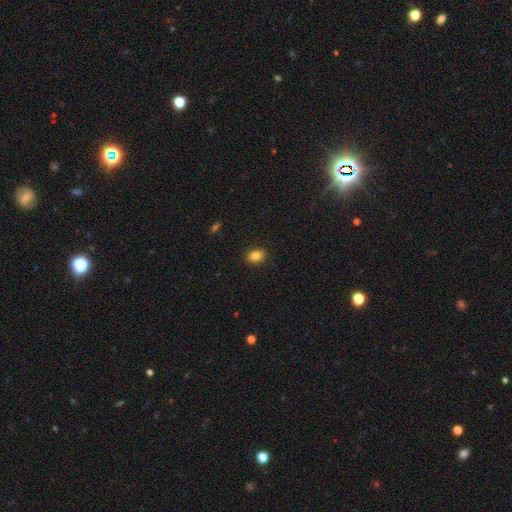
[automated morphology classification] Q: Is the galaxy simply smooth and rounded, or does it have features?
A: smooth — 84%.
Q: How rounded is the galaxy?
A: in between — 64%.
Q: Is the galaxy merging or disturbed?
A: none — 90%.